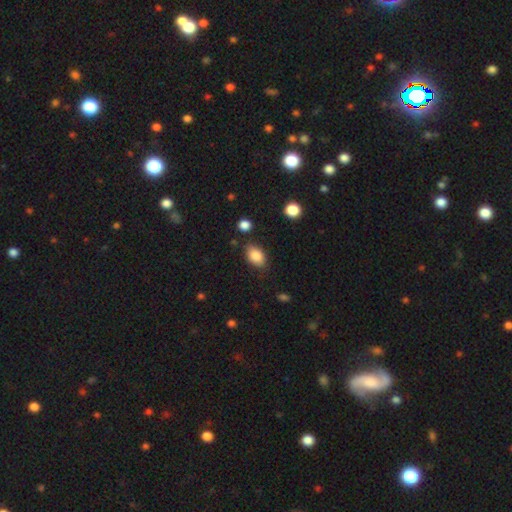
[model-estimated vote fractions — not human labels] Smooth or featured?
  - smooth: 85% *
  - star or artifact: 8%
  - featured or disk: 7%
How rounded?
  - in between: 87% *
  - round: 11%
  - cigar-shaped: 2%
Merging?
  - none: 79% *
  - minor disturbance: 14%
  - merger: 3%
  - major disturbance: 3%